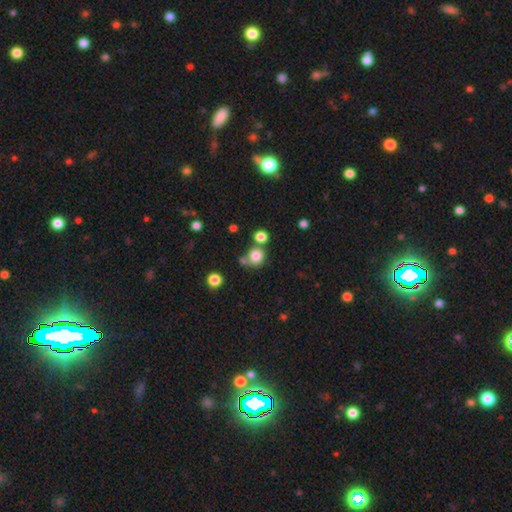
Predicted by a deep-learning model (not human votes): A smooth galaxy with no disk features (81%) that is round (88%). Merging: none (61%).